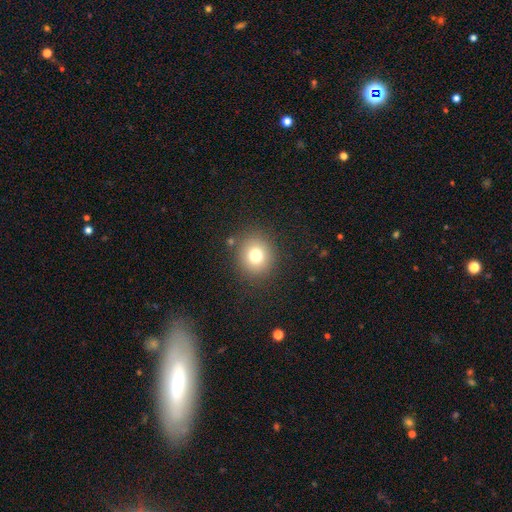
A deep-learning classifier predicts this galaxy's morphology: smooth_or_featured: smooth (p=0.76) [alt: star or artifact p=0.14]
how_rounded: round (p=0.84) [alt: in between p=0.15]
merging: none (p=0.87) [alt: minor disturbance p=0.08]